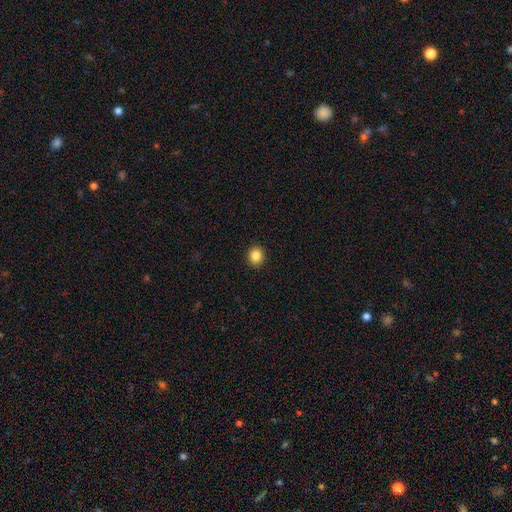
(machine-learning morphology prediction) Smooth or featured?
  - smooth: 86% *
  - star or artifact: 10%
  - featured or disk: 4%
How rounded?
  - round: 80% *
  - in between: 19%
  - cigar-shaped: 1%
Merging?
  - none: 92% *
  - minor disturbance: 5%
  - major disturbance: 2%
  - merger: 1%